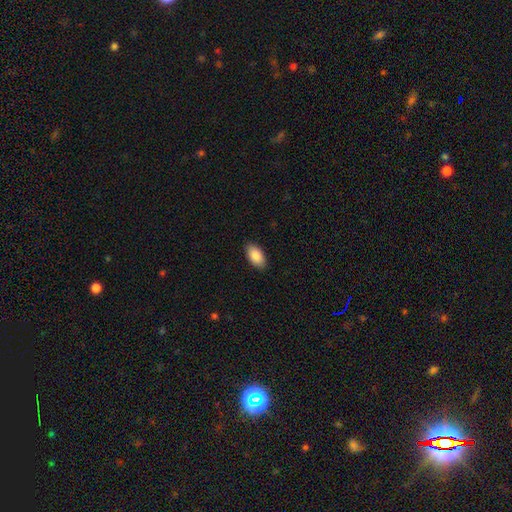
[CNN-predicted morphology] A smooth galaxy with no disk features (89%) that is in between round and cigar-shaped (95%).

Vote fractions:
- Smooth or featured? smooth: 89% / star or artifact: 6% / featured or disk: 5%
- How rounded? in between: 95% / round: 3% / cigar-shaped: 2%
- Merging? none: 89% / minor disturbance: 9% / major disturbance: 2% / merger: 1%